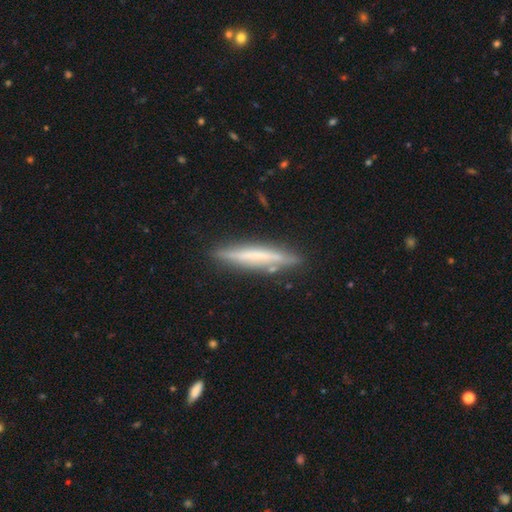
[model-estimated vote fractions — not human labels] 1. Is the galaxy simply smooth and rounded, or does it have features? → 53% featured or disk, 40% smooth, 7% star or artifact.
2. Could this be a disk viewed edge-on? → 93% yes, 7% no.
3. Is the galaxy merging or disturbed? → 83% none, 12% minor disturbance, 2% merger, 2% major disturbance.